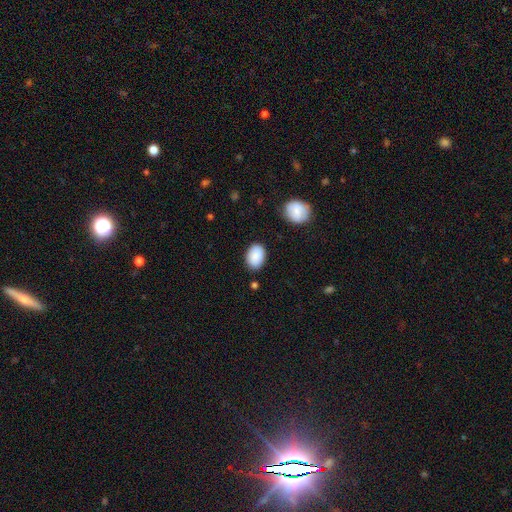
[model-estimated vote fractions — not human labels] smooth_or_featured: smooth (p=0.89) [alt: star or artifact p=0.07]
how_rounded: in between (p=0.83) [alt: round p=0.16]
merging: none (p=0.82) [alt: minor disturbance p=0.13]